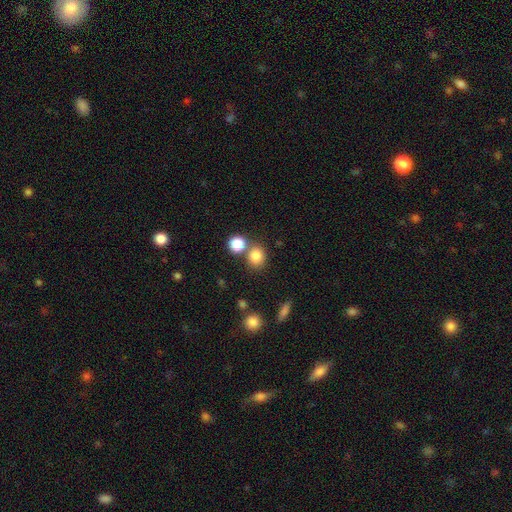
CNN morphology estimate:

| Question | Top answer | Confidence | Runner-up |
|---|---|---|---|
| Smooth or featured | smooth | 82% | star or artifact (11%) |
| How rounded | round | 76% | in between (23%) |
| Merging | none | 62% | merger (26%) |